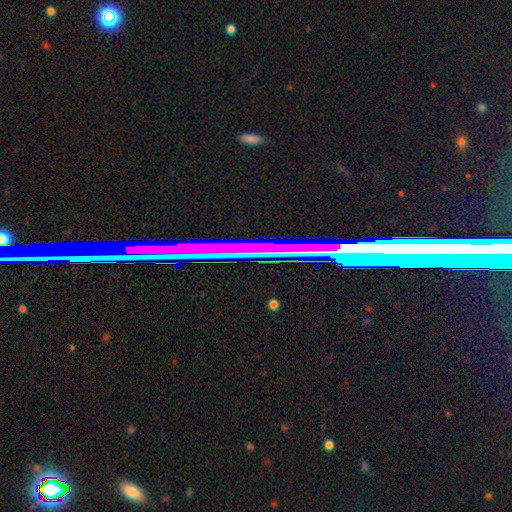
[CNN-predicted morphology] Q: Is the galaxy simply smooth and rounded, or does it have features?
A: star or artifact — 71%.